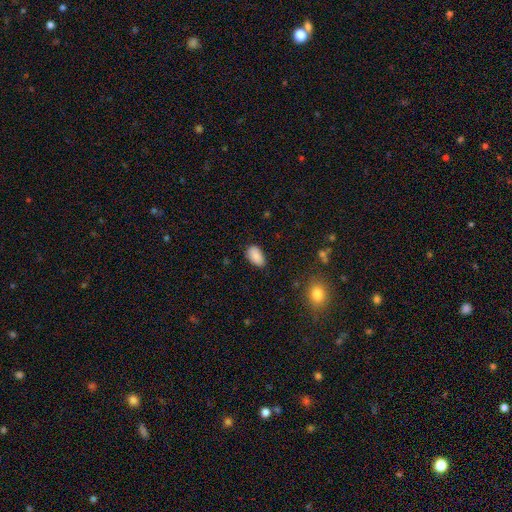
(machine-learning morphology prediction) A smooth galaxy with no disk features (87%) that is in between round and cigar-shaped (94%).

Vote fractions:
- Smooth or featured? smooth: 87% / star or artifact: 8% / featured or disk: 5%
- How rounded? in between: 94% / round: 4% / cigar-shaped: 2%
- Merging? none: 77% / minor disturbance: 18% / major disturbance: 3% / merger: 1%